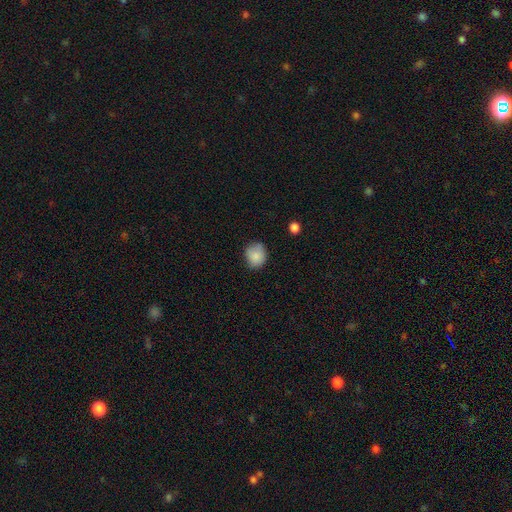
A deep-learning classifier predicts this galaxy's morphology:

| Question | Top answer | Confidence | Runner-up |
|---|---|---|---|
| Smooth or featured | smooth | 85% | star or artifact (8%) |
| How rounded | round | 74% | in between (25%) |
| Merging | none | 69% | minor disturbance (24%) |